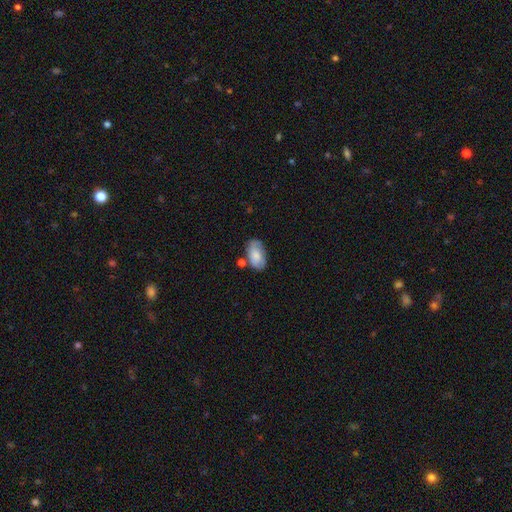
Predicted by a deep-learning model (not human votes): A smooth galaxy with no disk features (72%) that is in between round and cigar-shaped (93%).

Vote fractions:
- Smooth or featured? smooth: 72% / featured or disk: 21% / star or artifact: 7%
- How rounded? in between: 93% / round: 5% / cigar-shaped: 2%
- Merging? none: 60% / minor disturbance: 23% / merger: 11% / major disturbance: 6%